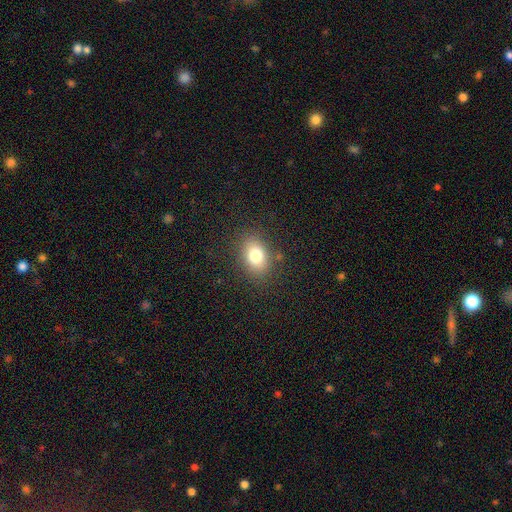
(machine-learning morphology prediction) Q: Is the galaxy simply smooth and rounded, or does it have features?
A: smooth — 79%.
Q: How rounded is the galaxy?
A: in between — 75%.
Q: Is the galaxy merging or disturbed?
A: none — 83%.